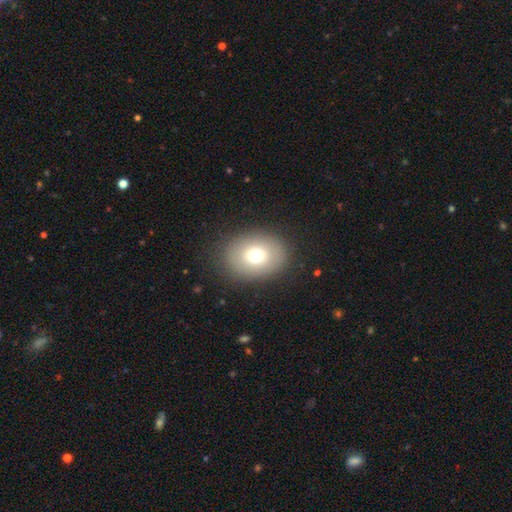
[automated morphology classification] Smooth or featured? smooth (73%)
How rounded? in between (61%)
Merging? none (87%)